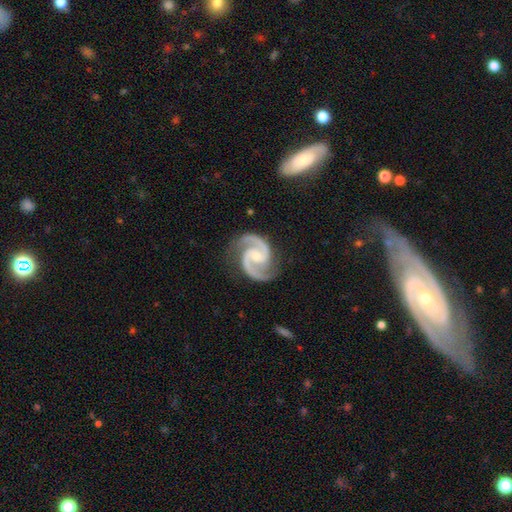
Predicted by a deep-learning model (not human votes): This appears to be a featured or disk galaxy (94%) with no bar (48%), 2 (94%) medium (65%) spiral arms (99%) and a small central bulge (53%). Merging: none (82%).